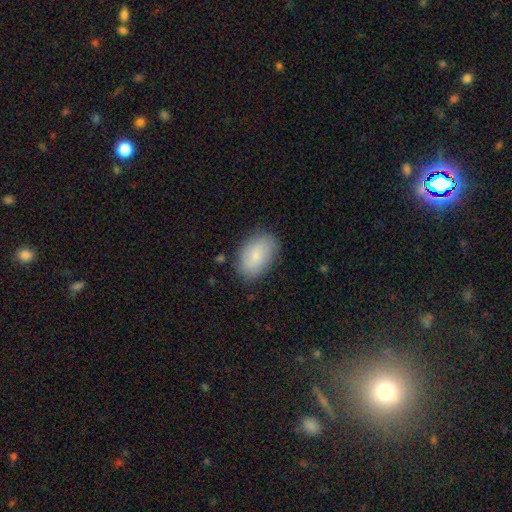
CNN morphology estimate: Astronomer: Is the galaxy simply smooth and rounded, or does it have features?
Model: smooth — 81%.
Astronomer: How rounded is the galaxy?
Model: in between — 91%.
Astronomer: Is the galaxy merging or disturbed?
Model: none — 81%.